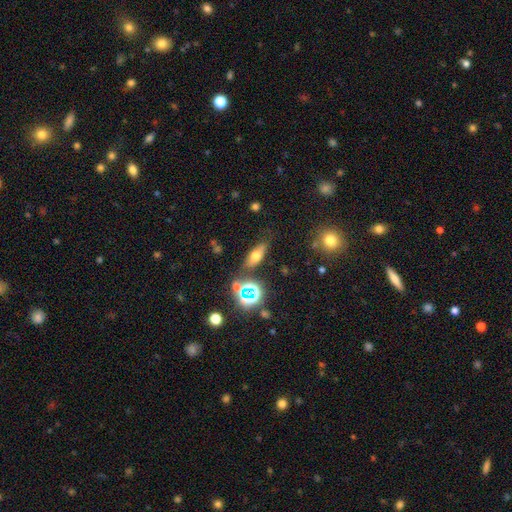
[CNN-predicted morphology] Smooth or featured? Predicted: smooth (p=0.58). How rounded? Predicted: in between (p=0.66). Merging? Predicted: none (p=0.75).